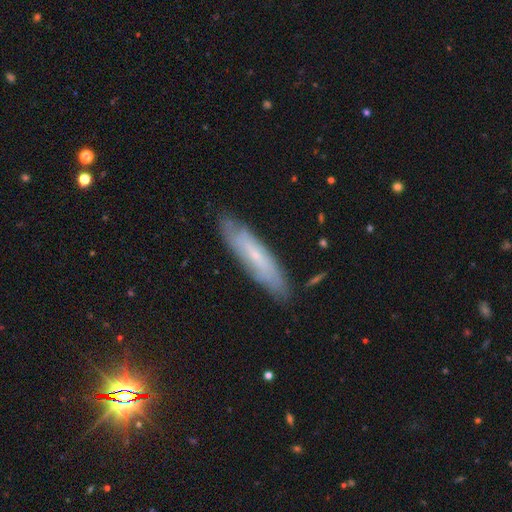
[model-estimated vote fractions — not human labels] featured or disk 57%, smooth 35%, star or artifact 8%. Down the decision tree: edge-on disk — no (56%); merging — none (82%).